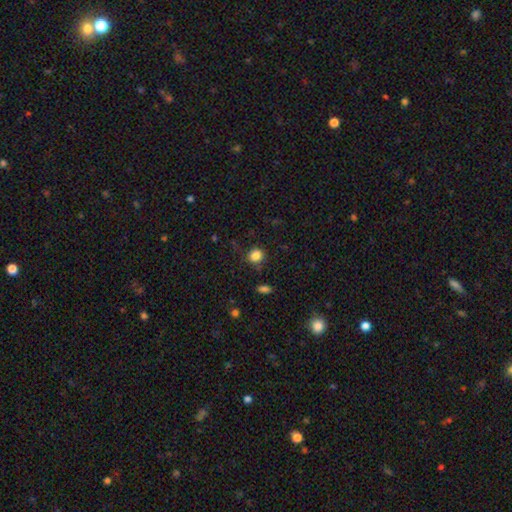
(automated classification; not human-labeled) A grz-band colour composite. It shows a smooth galaxy with no disk features (84%) that is round (77%). Merging: none (76%).